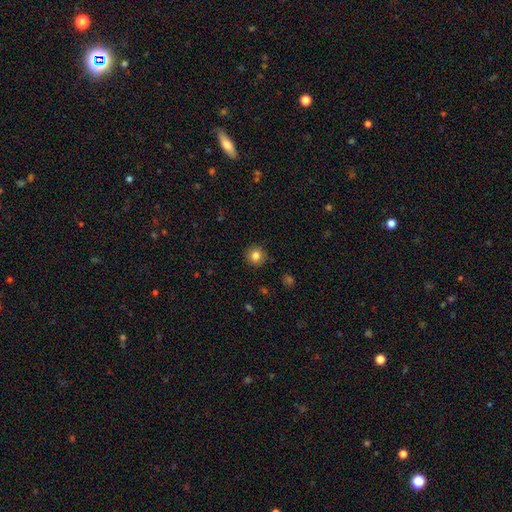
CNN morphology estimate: Overall: smooth (83%). How rounded: round (92%). Merging: none (89%).